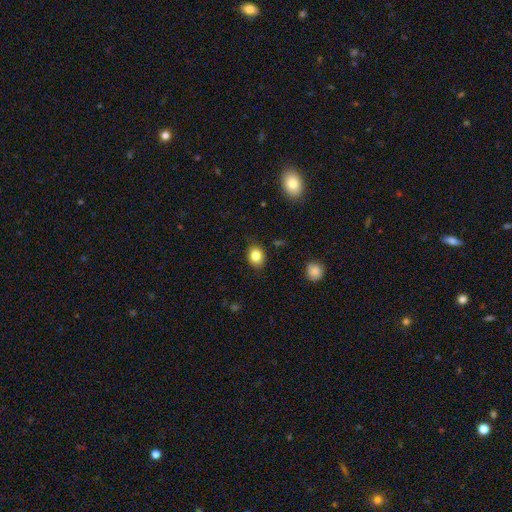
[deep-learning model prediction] smooth-or-featured: smooth: 83% | star or artifact: 10% | featured or disk: 7%
  how-rounded: round: 50% | in between: 49% | cigar-shaped: 1%
  merging: none: 83% | minor disturbance: 12% | major disturbance: 3% | merger: 1%